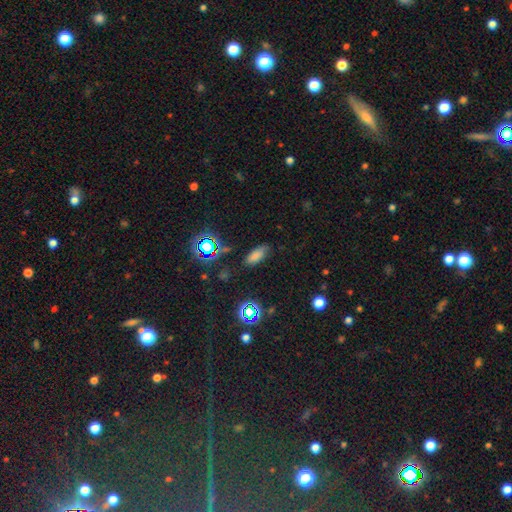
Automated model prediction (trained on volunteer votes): This appears to be a smooth galaxy with no disk features (71%) that is in between round and cigar-shaped (78%). Merging: none (75%).